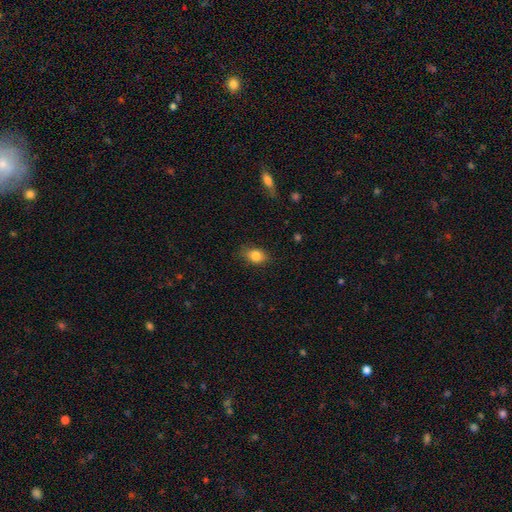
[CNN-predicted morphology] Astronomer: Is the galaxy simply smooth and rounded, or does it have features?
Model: smooth — 83%.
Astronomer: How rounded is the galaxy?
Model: in between — 73%.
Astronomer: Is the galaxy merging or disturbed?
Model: none — 78%.